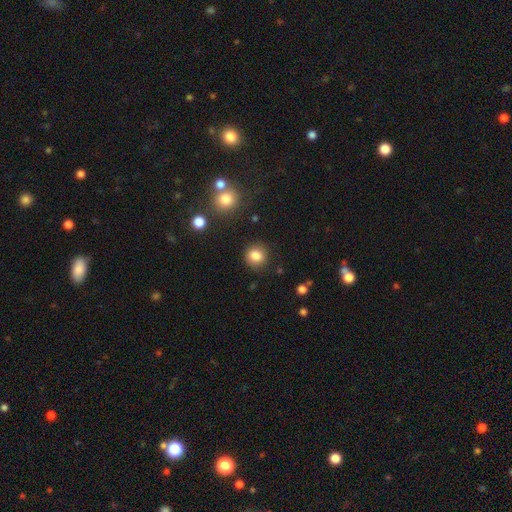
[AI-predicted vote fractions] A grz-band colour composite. It shows a smooth galaxy with no disk features (84%) that is round (86%). Merging: none (86%).